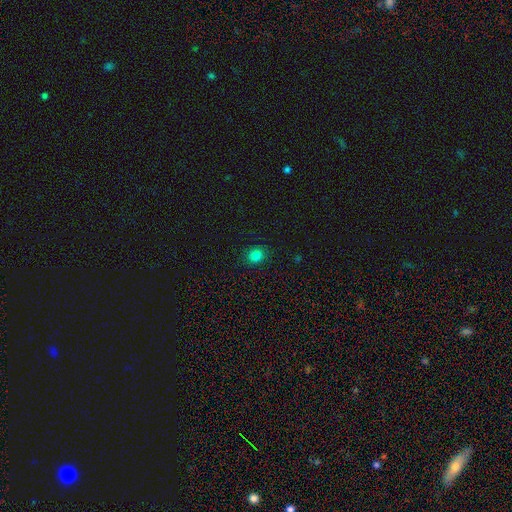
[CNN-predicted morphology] smooth_or_featured: smooth (p=0.82) [alt: star or artifact p=0.14]
how_rounded: round (p=0.73) [alt: in between p=0.26]
merging: none (p=0.90) [alt: minor disturbance p=0.07]